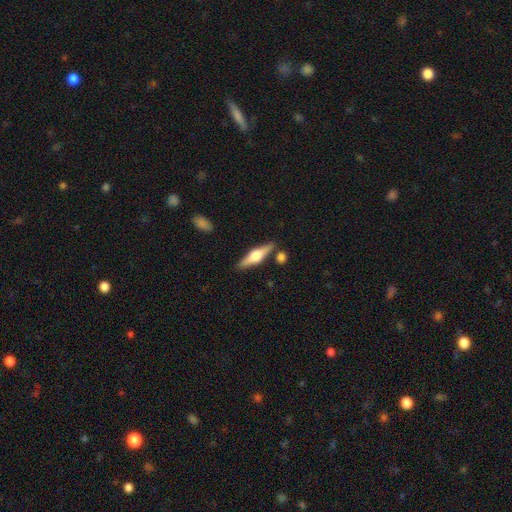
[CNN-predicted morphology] Smooth or featured? featured or disk (66%)
Edge-on disk? yes (96%)
Edge-on bulge? rounded (94%)
Merging? none (84%)